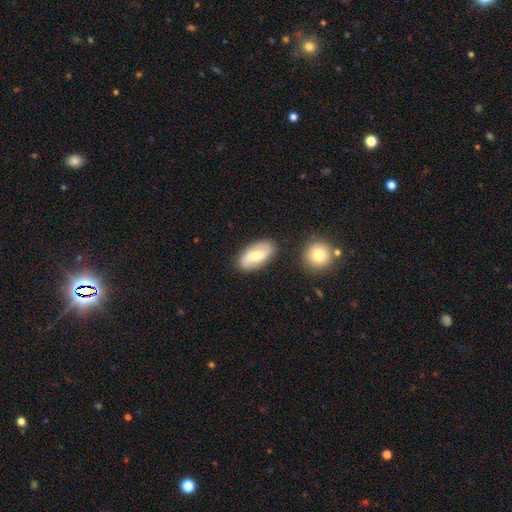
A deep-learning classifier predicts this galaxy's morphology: Smooth or featured? smooth (50%)
Merging? none (82%)